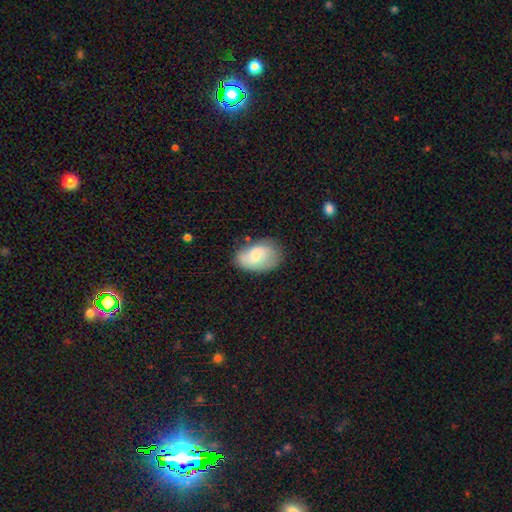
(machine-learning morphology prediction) smooth 57%, featured or disk 36%, star or artifact 7%. Down the decision tree: how rounded — in between (86%); merging — none (66%).